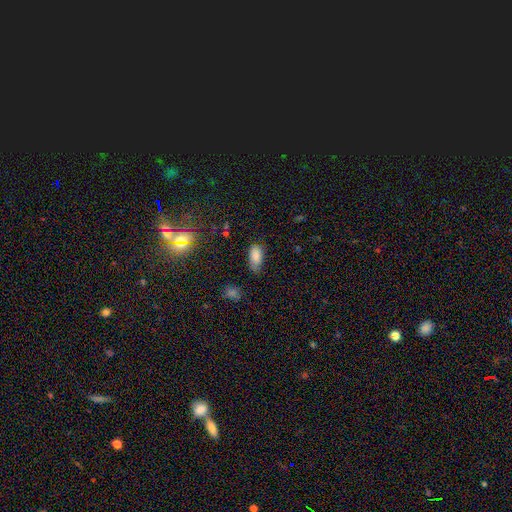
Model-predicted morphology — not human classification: smooth_or_featured: smooth (p=0.81) [alt: star or artifact p=0.11]
how_rounded: in between (p=0.91) [alt: cigar-shaped p=0.06]
merging: none (p=0.56) [alt: minor disturbance p=0.34]